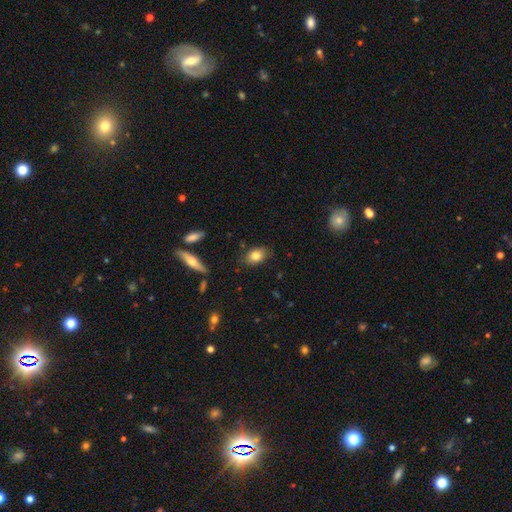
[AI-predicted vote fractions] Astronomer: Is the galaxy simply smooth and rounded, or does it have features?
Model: smooth — 81%.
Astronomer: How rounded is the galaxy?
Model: in between — 82%.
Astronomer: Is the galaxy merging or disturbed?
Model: none — 82%.